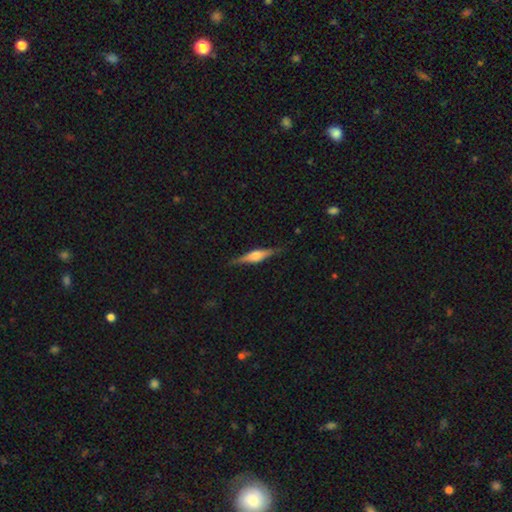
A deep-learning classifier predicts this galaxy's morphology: Smooth or featured?
  - featured or disk: 64% *
  - smooth: 30%
  - star or artifact: 6%
Edge-on disk?
  - yes: 97% *
  - no: 3%
Edge-on bulge?
  - rounded: 74% *
  - boxy: 22%
  - none: 5%
Merging?
  - none: 86% *
  - minor disturbance: 11%
  - major disturbance: 2%
  - merger: 1%